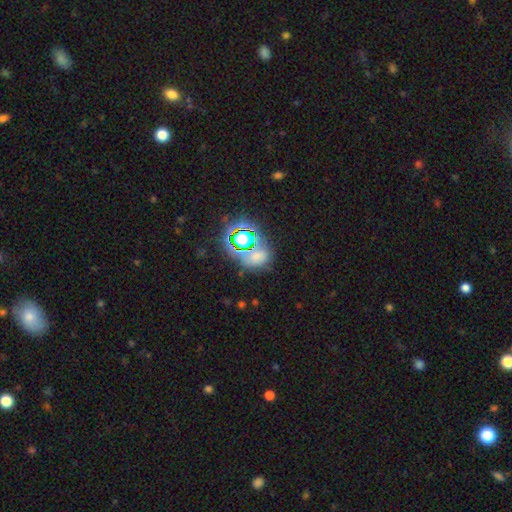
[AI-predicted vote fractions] Smooth or featured? Predicted: smooth (p=0.47). Merging? Predicted: none (p=0.53).